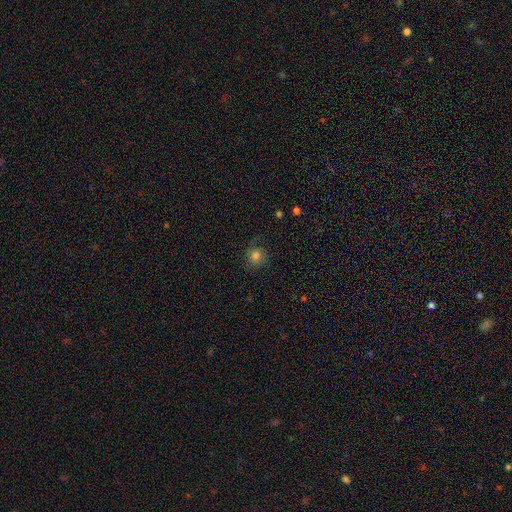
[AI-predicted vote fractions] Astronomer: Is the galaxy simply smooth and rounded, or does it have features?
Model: smooth — 69%.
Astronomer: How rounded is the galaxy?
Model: round — 84%.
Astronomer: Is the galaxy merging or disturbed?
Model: none — 68%.